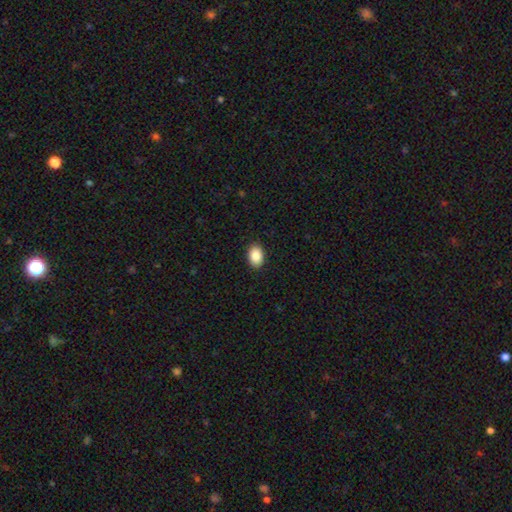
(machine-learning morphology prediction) Smooth or featured?
  - smooth: 89% *
  - star or artifact: 7%
  - featured or disk: 4%
How rounded?
  - in between: 85% *
  - round: 14%
  - cigar-shaped: 1%
Merging?
  - none: 91% *
  - minor disturbance: 7%
  - major disturbance: 2%
  - merger: 1%